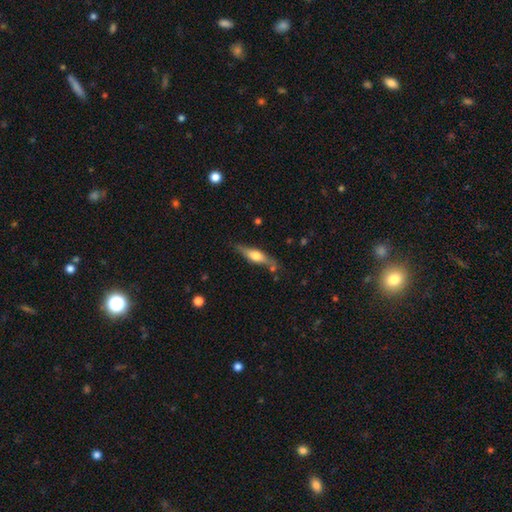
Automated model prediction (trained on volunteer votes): The model was most divided on "smooth or featured": featured or disk: 52%, smooth: 42%, star or artifact: 6%. More confident: edge-on disk — yes (90%); merging — none (75%).